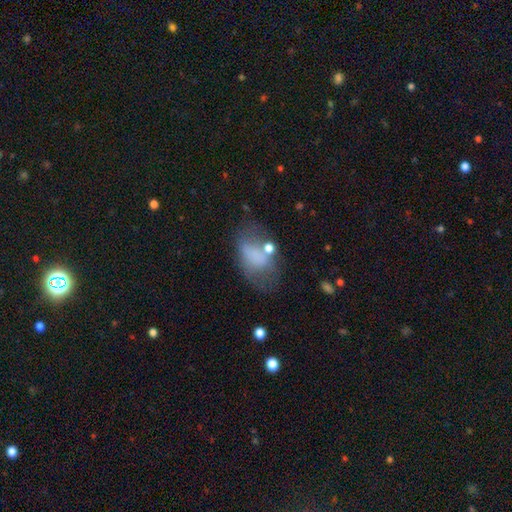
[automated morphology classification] Smooth or featured: smooth — 59% (featured or disk — 28%)
How rounded: in between — 85% (round — 13%)
Merging: none — 35% (major disturbance — 28%)